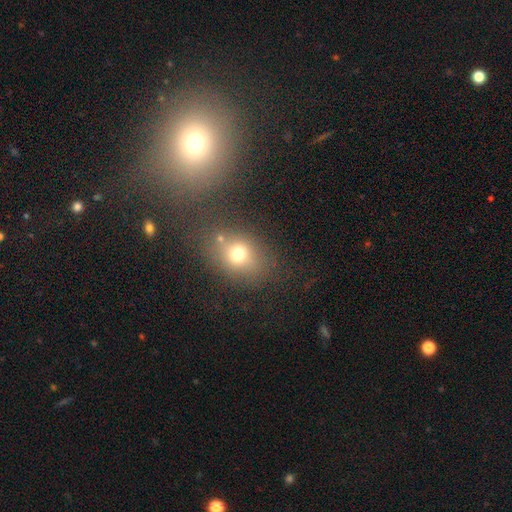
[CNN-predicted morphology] This appears to be a smooth galaxy with no disk features (56%) that is round (50%). Merging: none (65%).